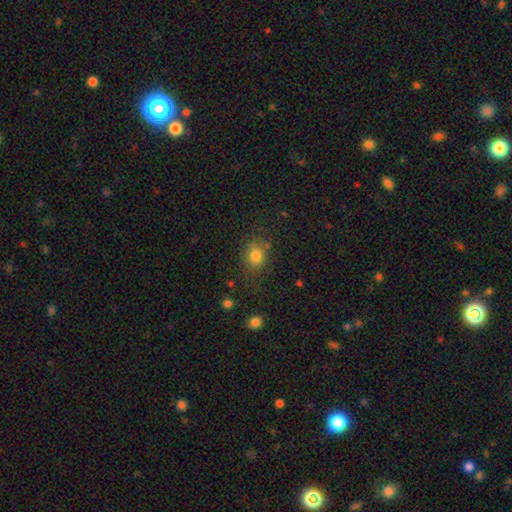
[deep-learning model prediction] Smooth or featured? smooth (81%)
How rounded? round (65%)
Merging? none (72%)